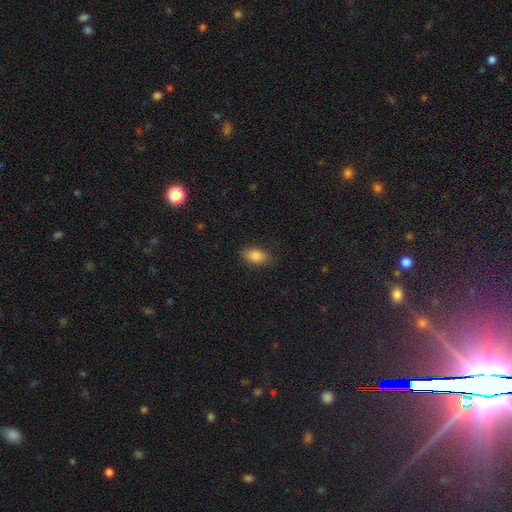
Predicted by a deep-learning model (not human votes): Morphology: type=smooth (85%); roundness=in between (89%); merging=none (83%).